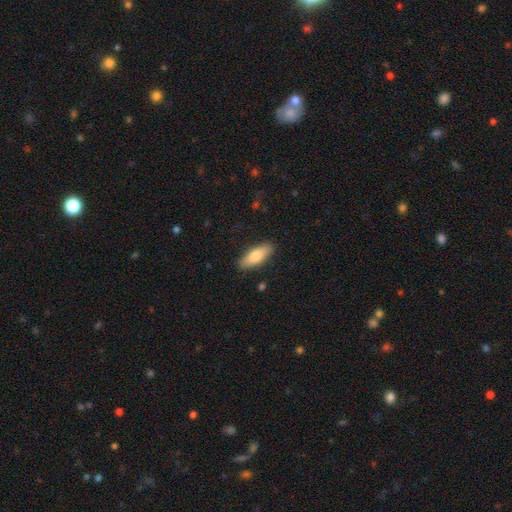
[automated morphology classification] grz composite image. It shows a smooth galaxy with no disk features (78%) that is in between round and cigar-shaped (70%). Merging: none (88%).